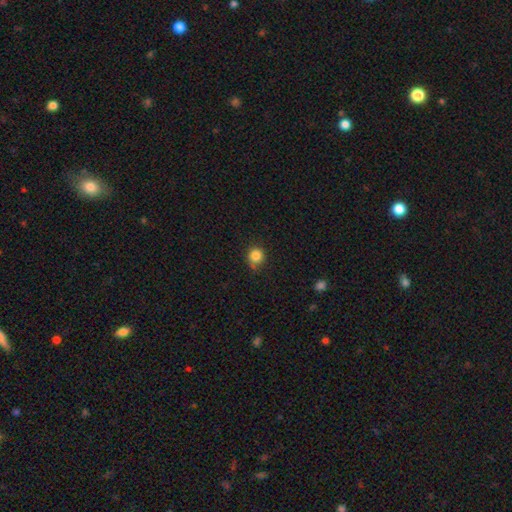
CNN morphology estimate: smooth-or-featured: smooth: 84% | star or artifact: 11% | featured or disk: 5%
  how-rounded: round: 87% | in between: 13% | cigar-shaped: 1%
  merging: none: 73% | minor disturbance: 21% | major disturbance: 4% | merger: 2%